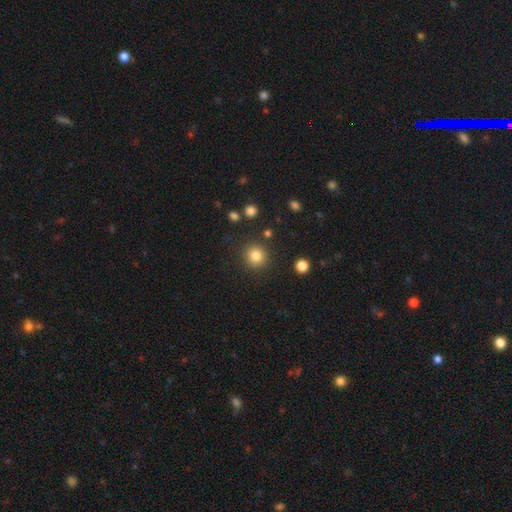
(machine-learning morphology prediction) A smooth galaxy with no disk features (83%) that is round (93%). Merging: none (88%).